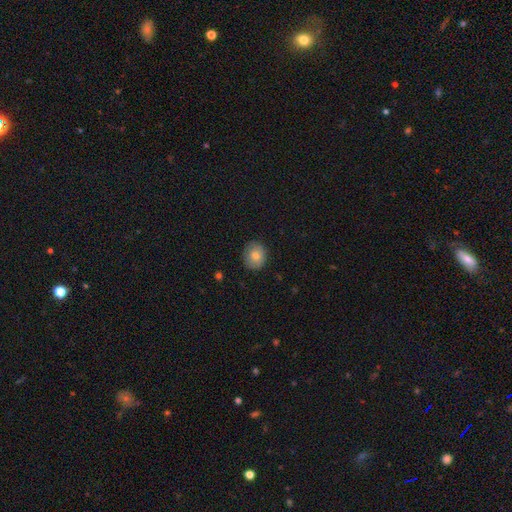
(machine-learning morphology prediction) This is likely a smooth galaxy (77%). How rounded: likely round (74%). Merging: clearly none (85%).